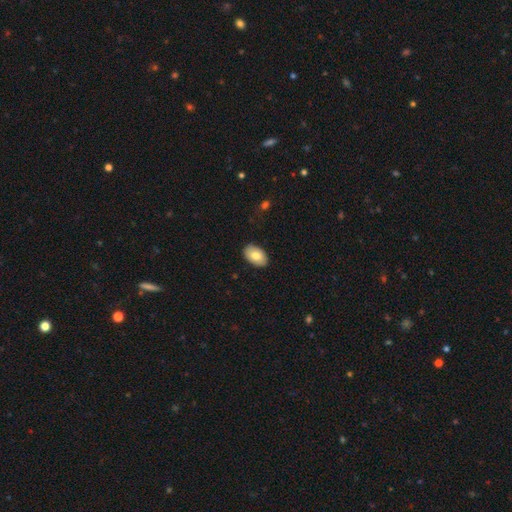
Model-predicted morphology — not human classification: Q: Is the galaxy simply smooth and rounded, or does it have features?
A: smooth — 77%.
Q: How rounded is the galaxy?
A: in between — 92%.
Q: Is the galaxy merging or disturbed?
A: none — 88%.